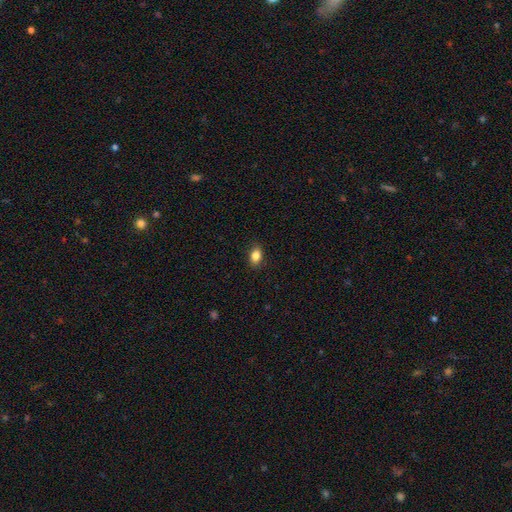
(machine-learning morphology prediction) smooth_or_featured: smooth (p=0.85) [alt: star or artifact p=0.09]
how_rounded: in between (p=0.78) [alt: round p=0.20]
merging: none (p=0.86) [alt: minor disturbance p=0.10]